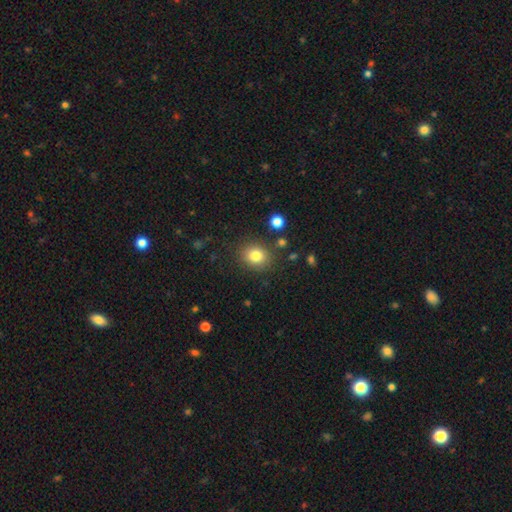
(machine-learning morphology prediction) Smooth or featured? Predicted: smooth (p=0.81). How rounded? Predicted: round (p=0.69). Merging? Predicted: none (p=0.84).